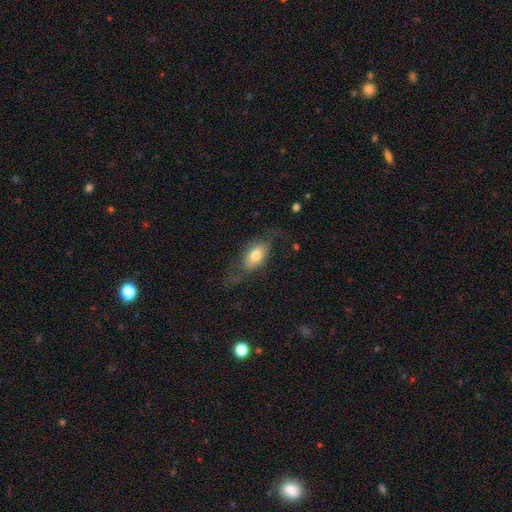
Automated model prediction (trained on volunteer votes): Overall: smooth (60%; featured or disk 33%). How rounded: in between (85%). Merging: none (54%; minor disturbance 22%).